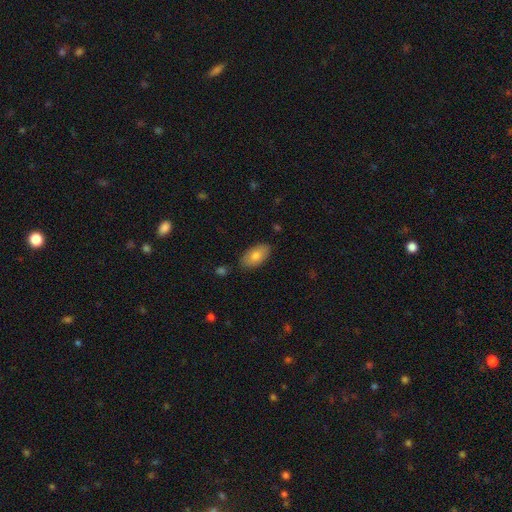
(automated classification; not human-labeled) smooth_or_featured: smooth (p=0.76) [alt: featured or disk p=0.17]
how_rounded: in between (p=0.94) [alt: round p=0.04]
merging: none (p=0.83) [alt: minor disturbance p=0.13]